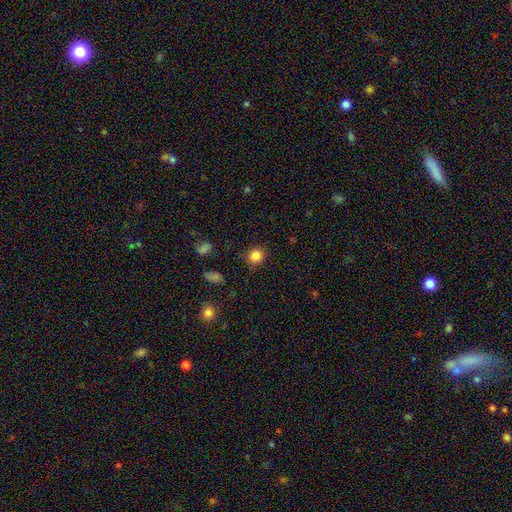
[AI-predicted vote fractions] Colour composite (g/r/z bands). It shows a smooth galaxy with no disk features (84%) that is round (88%). Merging: none (88%).